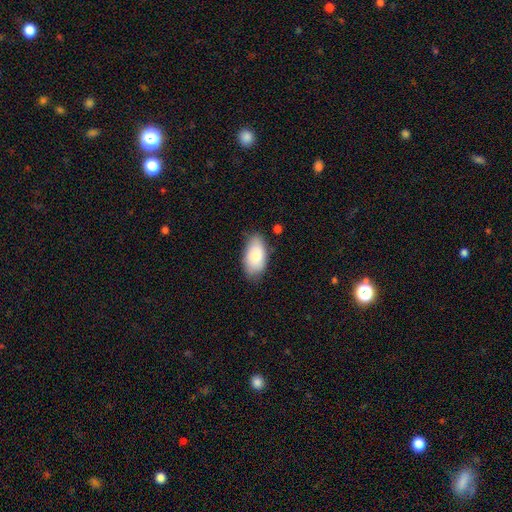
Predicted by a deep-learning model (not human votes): Morphology: type=smooth (82%); roundness=in between (94%); merging=none (75%).